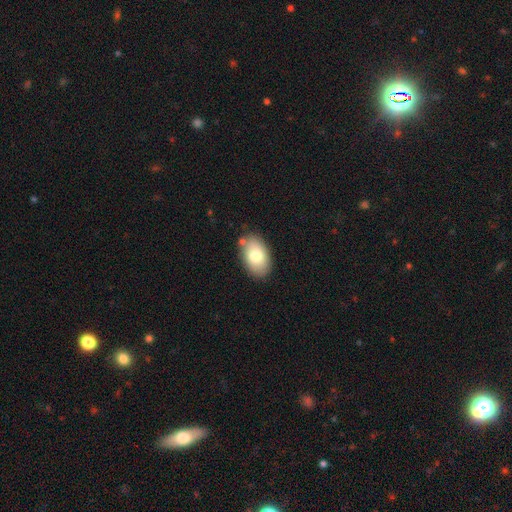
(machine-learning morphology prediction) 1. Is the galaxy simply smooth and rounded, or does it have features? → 78% smooth, 15% featured or disk, 7% star or artifact.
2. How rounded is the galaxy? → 91% in between, 8% round, 1% cigar-shaped.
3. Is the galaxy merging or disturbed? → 81% none, 12% minor disturbance, 4% merger, 3% major disturbance.